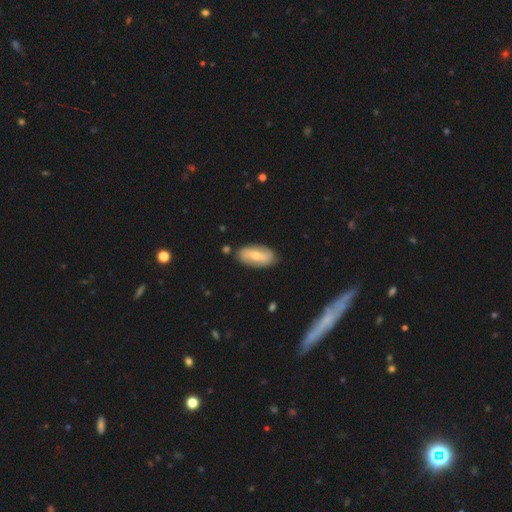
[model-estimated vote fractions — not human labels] Smooth or featured? Predicted: smooth (p=0.51). How rounded? Predicted: in between (p=0.89). Merging? Predicted: none (p=0.82).